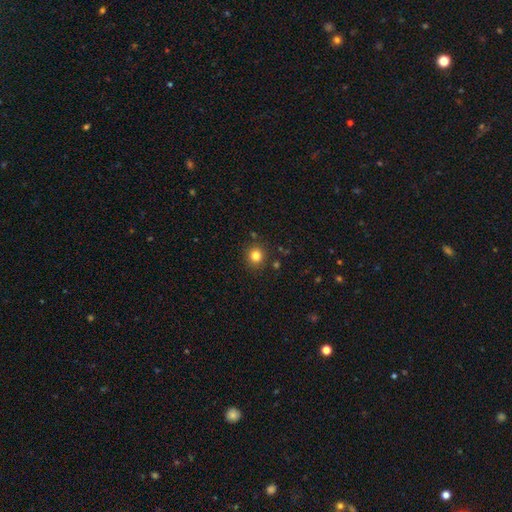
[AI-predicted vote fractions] smooth-or-featured: smooth: 82% | star or artifact: 13% | featured or disk: 6%
  how-rounded: round: 88% | in between: 11% | cigar-shaped: 1%
  merging: none: 88% | minor disturbance: 7% | merger: 2% | major disturbance: 2%